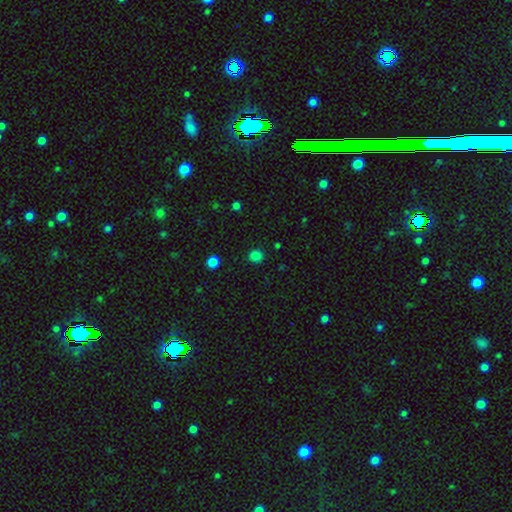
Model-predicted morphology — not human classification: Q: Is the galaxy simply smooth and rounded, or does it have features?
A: smooth — 82%.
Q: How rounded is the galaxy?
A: round — 89%.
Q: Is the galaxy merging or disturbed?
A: none — 90%.